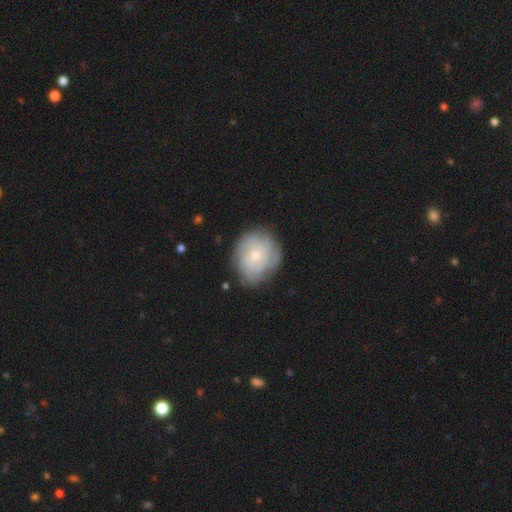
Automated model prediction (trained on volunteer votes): This is possibly a featured or disk galaxy (50%). Merging: likely none (75%).